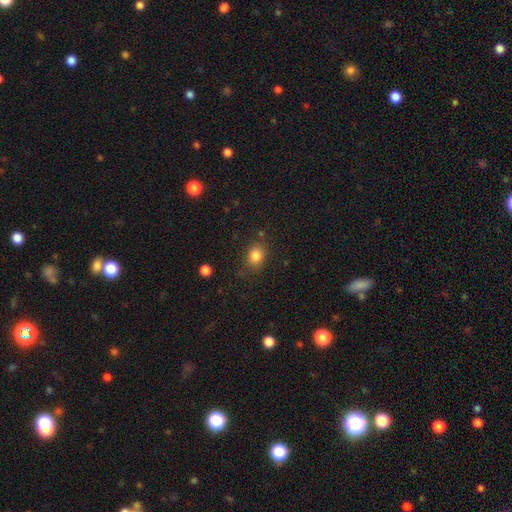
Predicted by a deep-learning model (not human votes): Smooth or featured? smooth (83%)
How rounded? in between (50%)
Merging? none (81%)